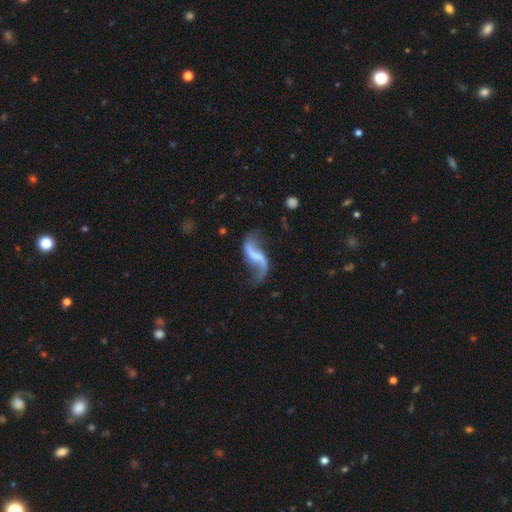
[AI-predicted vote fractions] The model was most divided on "bar": weak: 45%, strong: 28%, no: 27%. More confident: edge-on disk — no (97%); spiral arms — yes (94%); spiral winding — loose (92%); spiral arm count — 2 (91%); smooth or featured — featured or disk (86%); merging — none (65%); bulge size — none (53%).